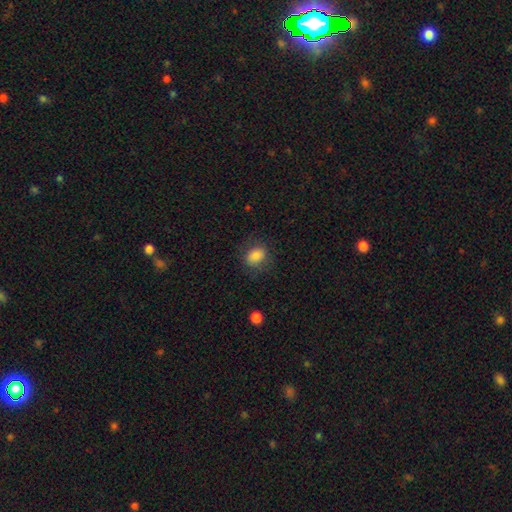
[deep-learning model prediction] This appears to be a smooth galaxy with no disk features (84%) that is in between round and cigar-shaped (59%). Merging: none (77%).